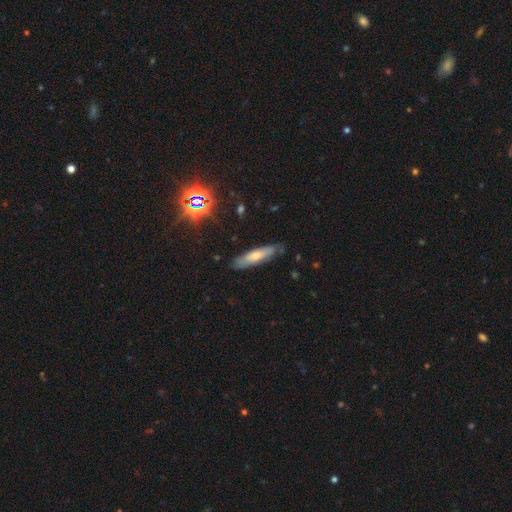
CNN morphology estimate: This is possibly a smooth galaxy (53%). How rounded: likely cigar-shaped (74%). Merging: likely none (79%).